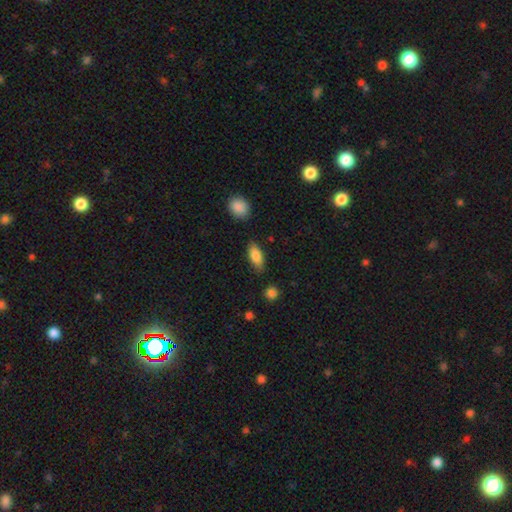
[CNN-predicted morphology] smooth 84%, featured or disk 10%, star or artifact 7%. Down the decision tree: how rounded — in between (84%); merging — none (81%).